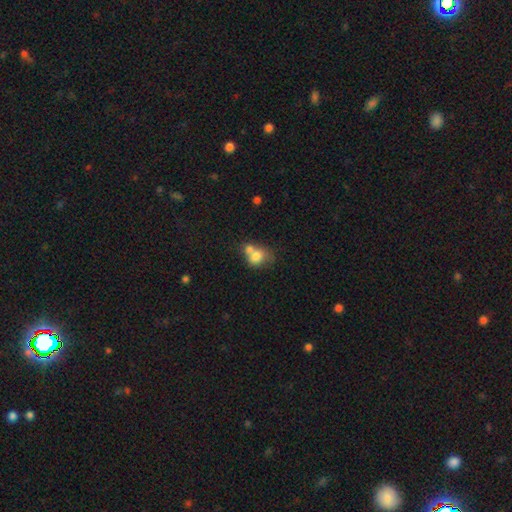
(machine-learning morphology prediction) The model was most divided on "how rounded": round: 52%, in between: 47%, cigar-shaped: 1%. More confident: smooth or featured — smooth (75%); merging — merger (58%).